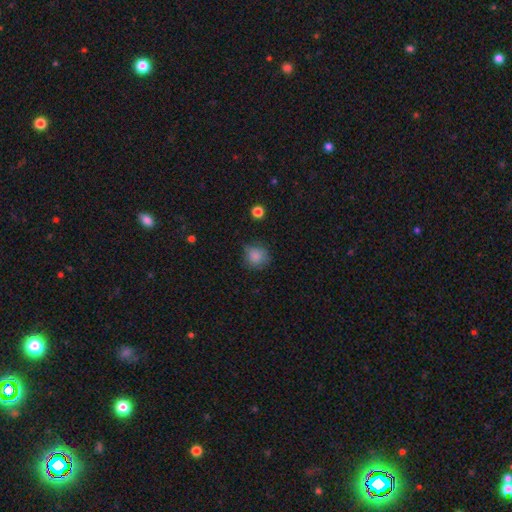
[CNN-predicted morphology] A smooth galaxy with no disk features (83%) that is round (83%). Merging: none (65%).